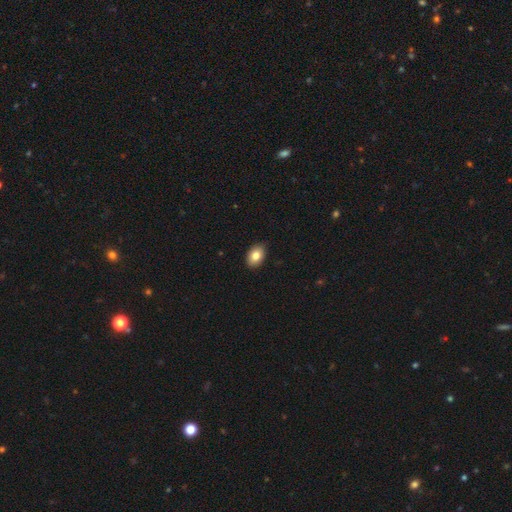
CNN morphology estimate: The model was most divided on "how rounded": in between: 85%, round: 14%, cigar-shaped: 1%. More confident: merging — none (87%); smooth or featured — smooth (83%).